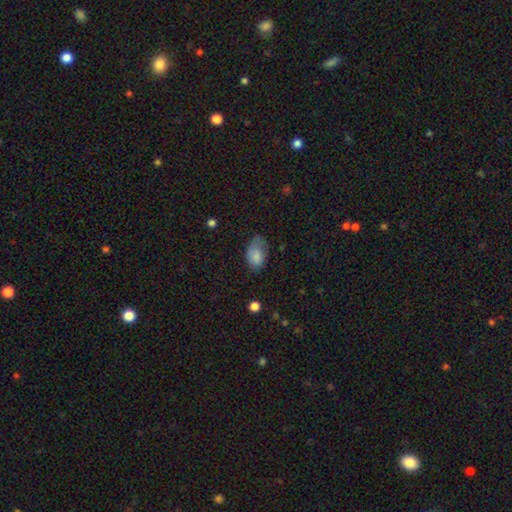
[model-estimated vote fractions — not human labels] Smooth or featured? smooth (81%)
How rounded? in between (91%)
Merging? none (43%)